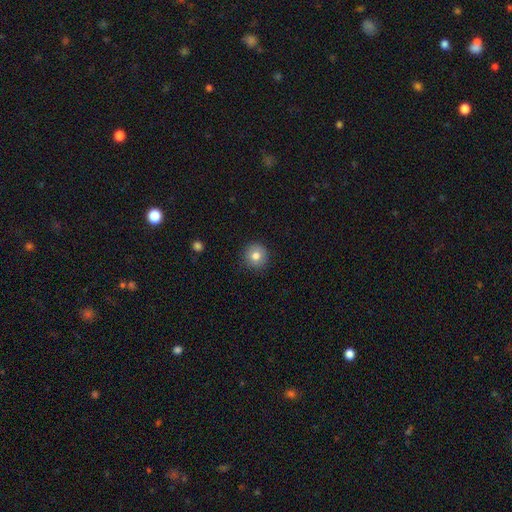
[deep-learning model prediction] smooth_or_featured: smooth (p=0.80) [alt: featured or disk p=0.11]
how_rounded: round (p=0.94) [alt: in between p=0.05]
merging: none (p=0.91) [alt: minor disturbance p=0.06]